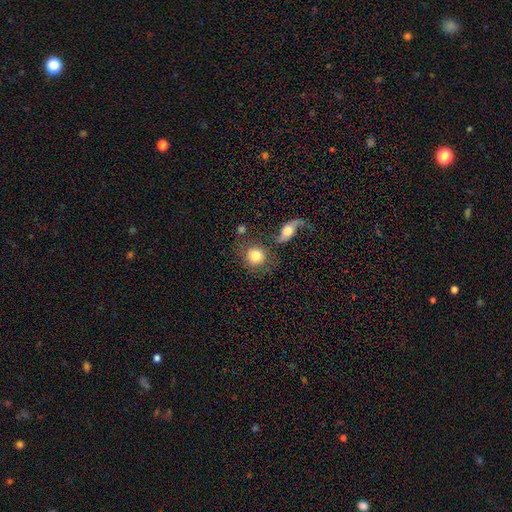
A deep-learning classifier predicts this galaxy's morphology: Q: Smooth or featured?
A: smooth (79%); runner-up: featured or disk (13%)
Q: How rounded?
A: round (85%); runner-up: in between (13%)
Q: Merging?
A: none (59%); runner-up: merger (20%)